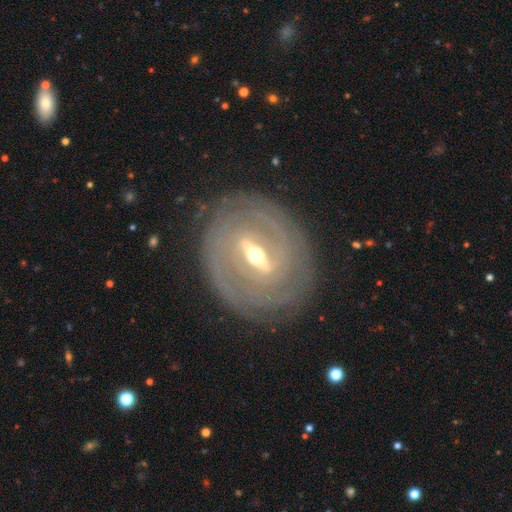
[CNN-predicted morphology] Smooth or featured? Predicted: featured or disk (p=0.88). Edge-on disk? Predicted: no (p=0.87). Bar? Predicted: strong (p=0.70). Spiral arms? Predicted: yes (p=0.87). Spiral winding? Predicted: tight (p=0.83). Spiral arm count? Predicted: can't tell (p=0.41). Bulge size? Predicted: moderate (p=0.61). Merging? Predicted: none (p=0.82).